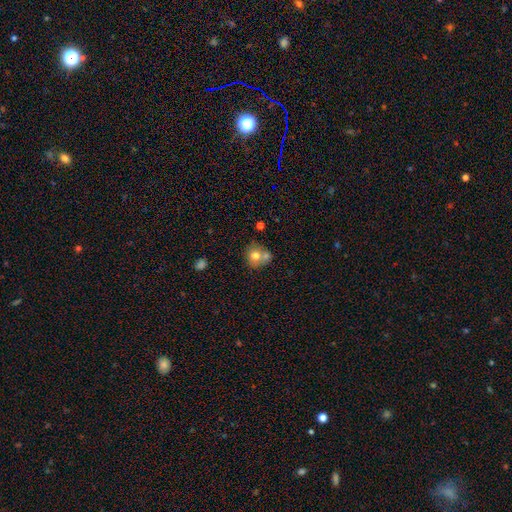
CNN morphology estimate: This is likely a smooth galaxy (71%). How rounded: clearly round (82%). Merging: marginally merger (43%).